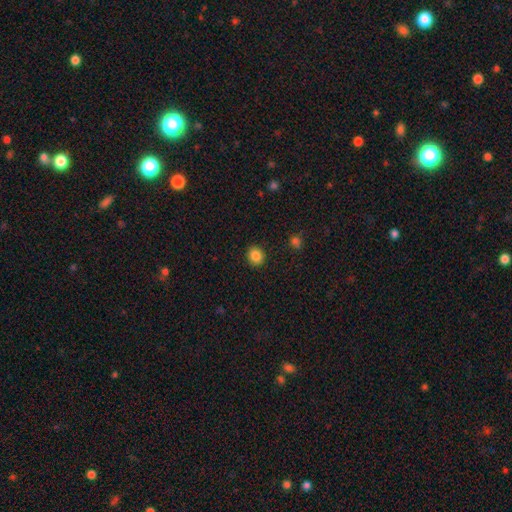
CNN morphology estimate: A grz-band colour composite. It shows a smooth galaxy with no disk features (85%) that is round (75%). Merging: none (90%).